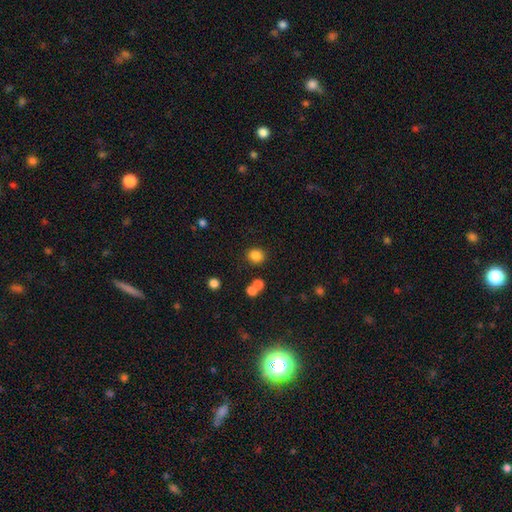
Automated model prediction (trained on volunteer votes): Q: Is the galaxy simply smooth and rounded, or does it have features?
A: smooth — 83%.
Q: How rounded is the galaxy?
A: round — 77%.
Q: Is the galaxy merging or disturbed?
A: none — 82%.